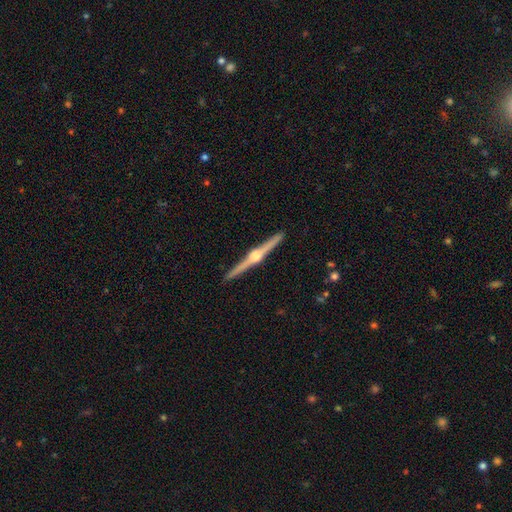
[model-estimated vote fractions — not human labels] smooth_or_featured: featured or disk (p=0.87) [alt: smooth p=0.08]
disk_edge_on: yes (p=0.99) [alt: no p=0.01]
edge_on_bulge: rounded (p=0.93) [alt: boxy p=0.04]
merging: none (p=0.93) [alt: minor disturbance p=0.05]